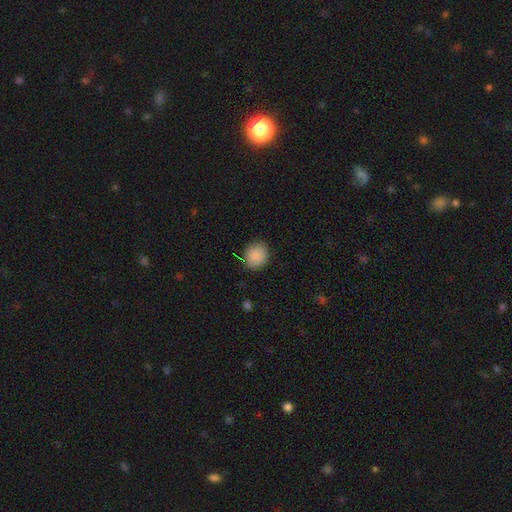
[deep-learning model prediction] Overall: smooth (88%). How rounded: round (74%). Merging: none (86%).